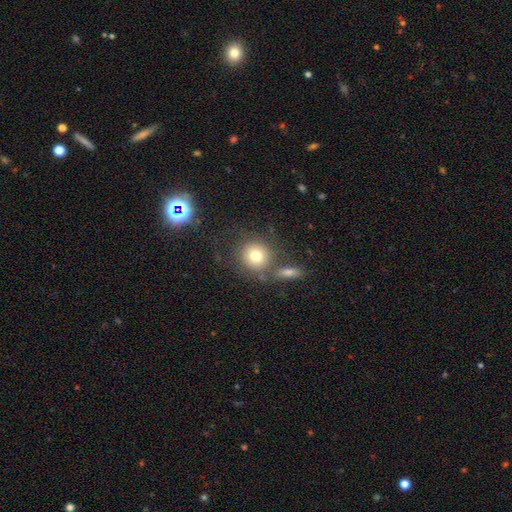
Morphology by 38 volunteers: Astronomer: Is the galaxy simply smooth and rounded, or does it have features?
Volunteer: smooth — 79%.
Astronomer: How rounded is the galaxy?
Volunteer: round — 80%.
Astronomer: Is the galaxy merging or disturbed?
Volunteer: none — 49%.